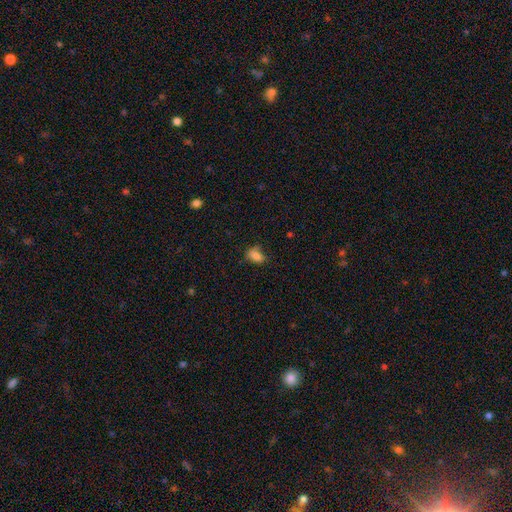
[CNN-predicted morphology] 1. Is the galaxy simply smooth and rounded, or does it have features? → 79% smooth, 12% star or artifact, 9% featured or disk.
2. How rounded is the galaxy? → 84% in between, 13% round, 3% cigar-shaped.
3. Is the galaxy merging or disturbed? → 50% none, 31% minor disturbance, 16% major disturbance, 4% merger.